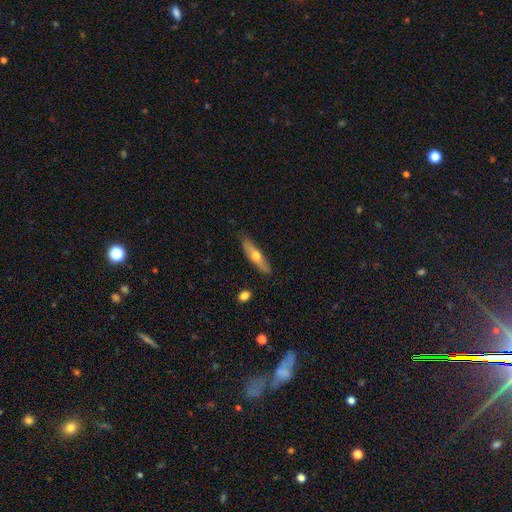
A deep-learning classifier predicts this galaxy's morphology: featured or disk 47% (tied), smooth 47% (tied), star or artifact 6%. Down the decision tree: merging — none (84%).